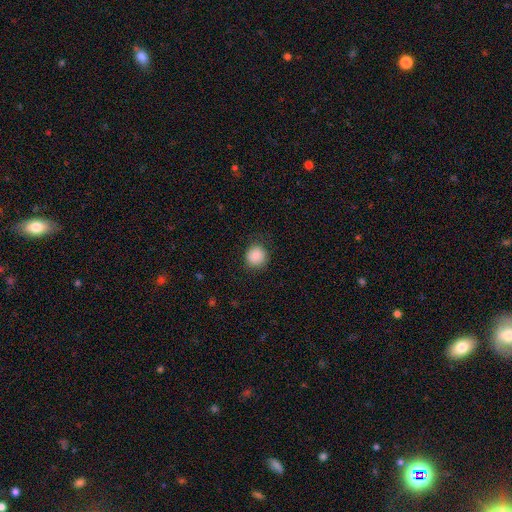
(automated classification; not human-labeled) smooth 88%, star or artifact 9%, featured or disk 4%. Down the decision tree: how rounded — round (91%); merging — none (86%).